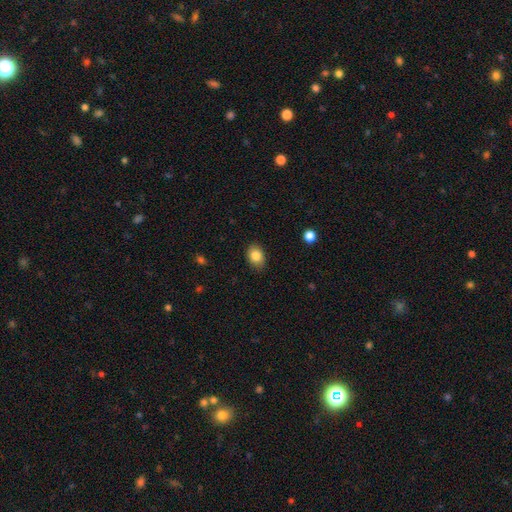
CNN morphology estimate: Overall: smooth (85%). How rounded: in between (67%; round 32%). Merging: none (86%).